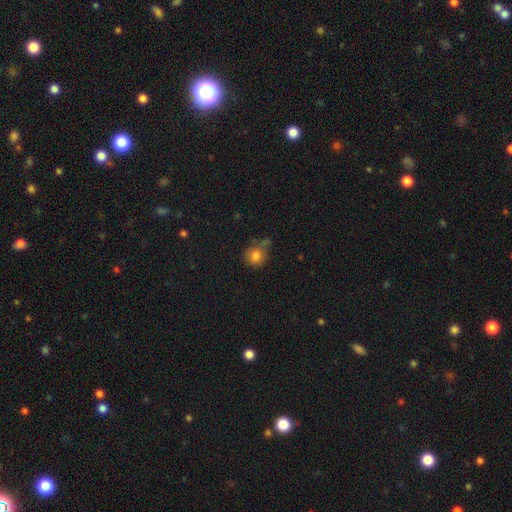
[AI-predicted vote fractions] Smooth or featured? Predicted: smooth (p=0.81). How rounded? Predicted: round (p=0.80). Merging? Predicted: none (p=0.56).